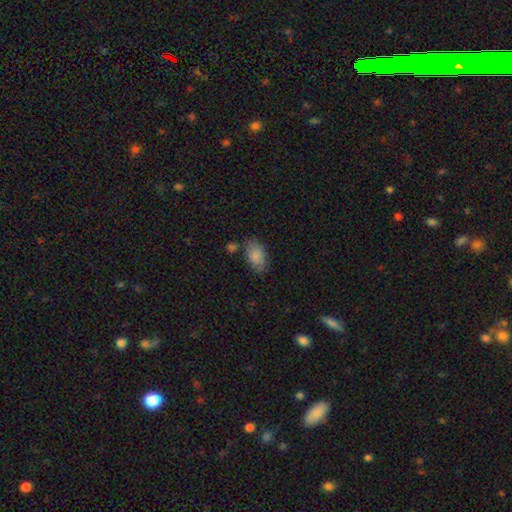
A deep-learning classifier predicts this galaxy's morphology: Smooth or featured? smooth (84%)
How rounded? in between (92%)
Merging? none (69%)